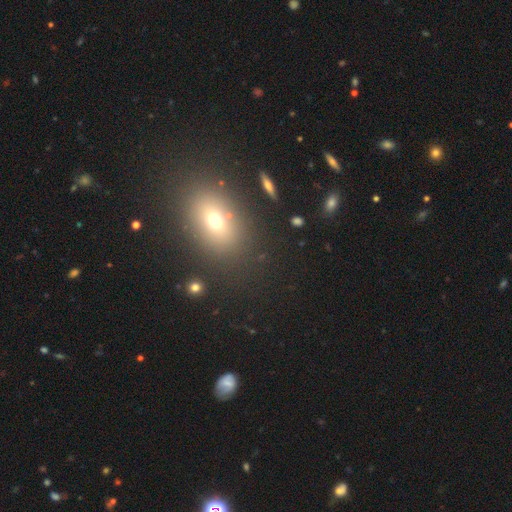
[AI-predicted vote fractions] Q: Smooth or featured?
A: smooth (63%); runner-up: star or artifact (25%)
Q: How rounded?
A: in between (72%); runner-up: round (25%)
Q: Merging?
A: none (87%); runner-up: minor disturbance (8%)